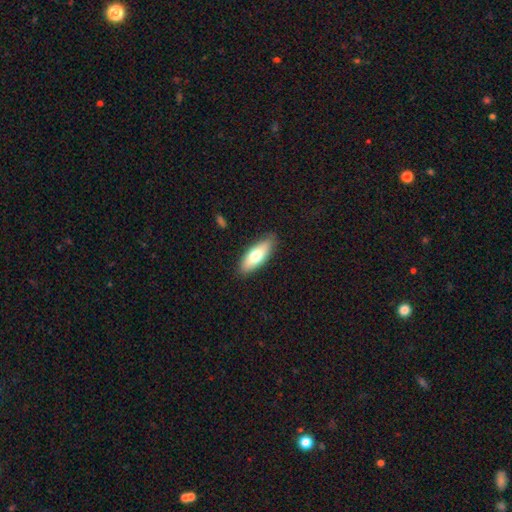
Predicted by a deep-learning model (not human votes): The model was most divided on "smooth or featured": smooth: 67%, featured or disk: 27%, star or artifact: 6%. More confident: merging — none (86%); how rounded — in between (71%).